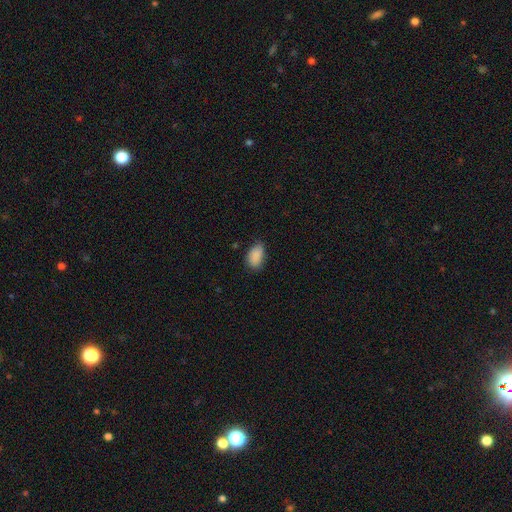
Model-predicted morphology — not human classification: smooth 88%, star or artifact 8%, featured or disk 4%. Down the decision tree: how rounded — in between (91%); merging — none (70%).